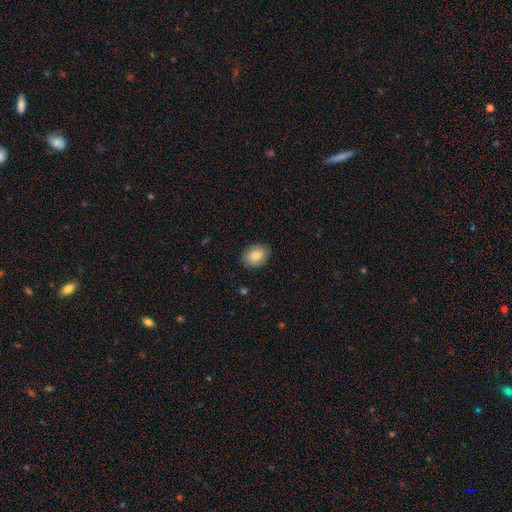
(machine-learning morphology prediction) smooth_or_featured: smooth (p=0.72) [alt: featured or disk p=0.20]
how_rounded: in between (p=0.53) [alt: round p=0.46]
merging: none (p=0.84) [alt: minor disturbance p=0.12]